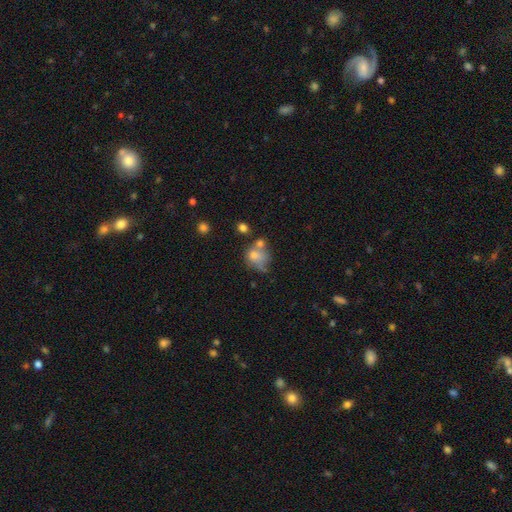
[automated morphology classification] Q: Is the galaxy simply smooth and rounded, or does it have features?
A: smooth — 68%.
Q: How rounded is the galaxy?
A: round — 61%.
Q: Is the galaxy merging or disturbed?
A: none — 33%.